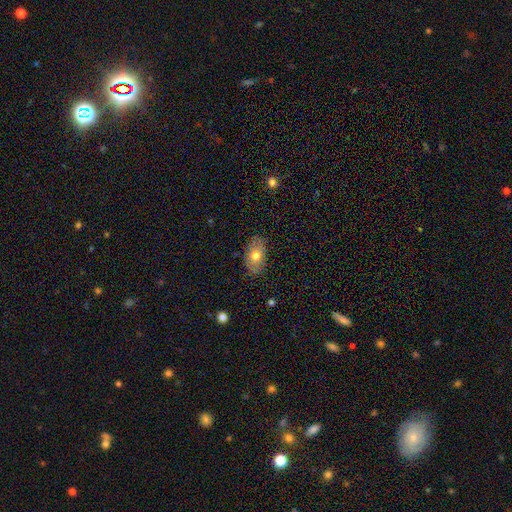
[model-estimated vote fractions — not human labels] smooth_or_featured: smooth (p=0.70) [alt: featured or disk p=0.22]
how_rounded: in between (p=0.89) [alt: round p=0.09]
merging: none (p=0.82) [alt: minor disturbance p=0.14]